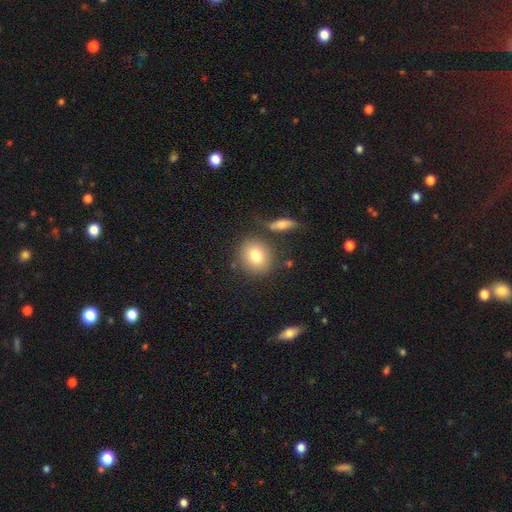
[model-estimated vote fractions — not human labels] Overall: smooth (80%). How rounded: round (77%). Merging: none (76%).